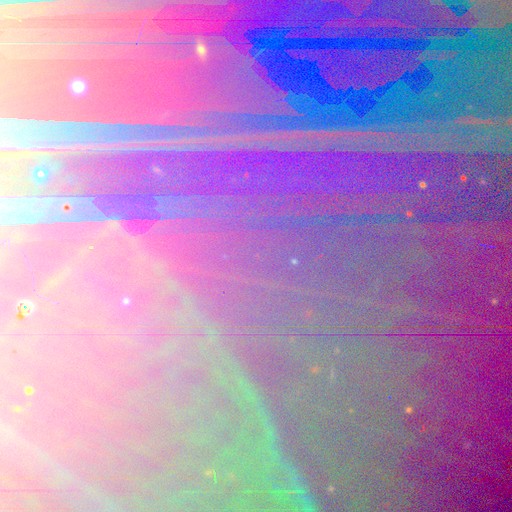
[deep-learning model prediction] Overall: star or artifact (84%).